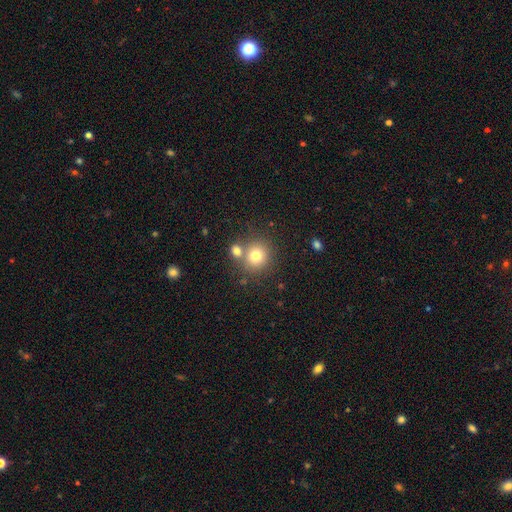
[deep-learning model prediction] The model was most divided on "merging": none: 63%, merger: 26%, minor disturbance: 8%, major disturbance: 3%. More confident: how rounded — round (87%); smooth or featured — smooth (75%).